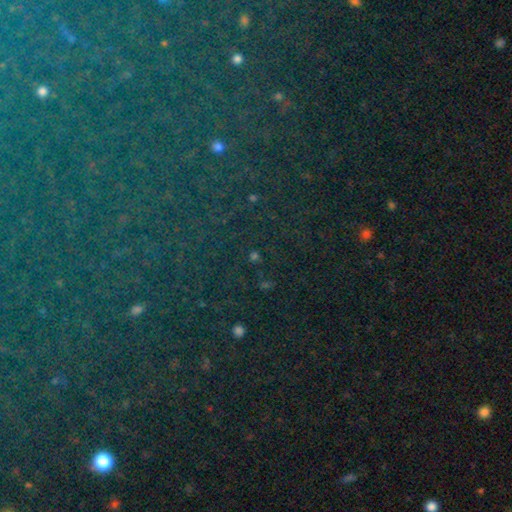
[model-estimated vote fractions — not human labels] Morphology: type=star or artifact (82%).